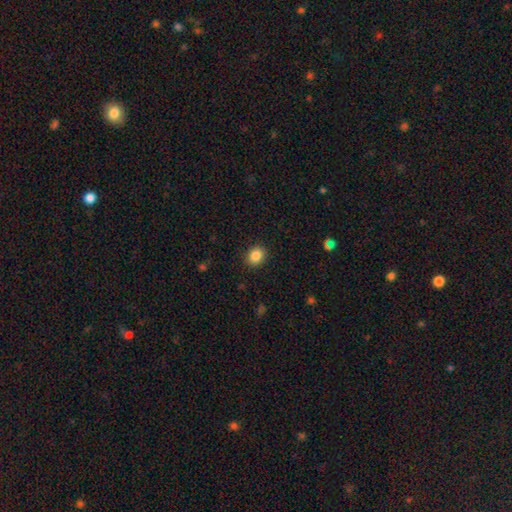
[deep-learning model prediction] A smooth galaxy with no disk features (86%) that is round (65%). Merging: none (90%).